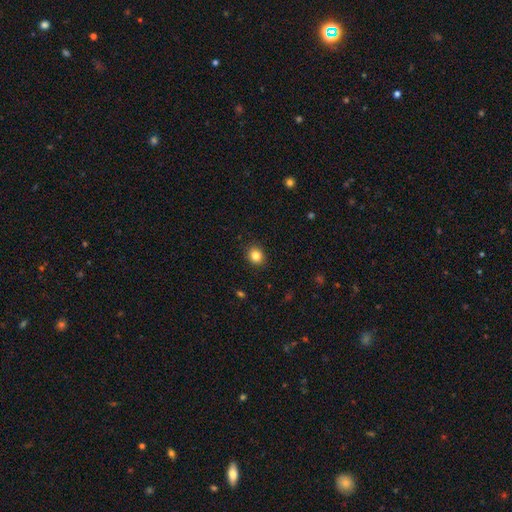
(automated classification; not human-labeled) smooth-or-featured: smooth: 84% | star or artifact: 11% | featured or disk: 6%
  how-rounded: round: 70% | in between: 29% | cigar-shaped: 1%
  merging: none: 90% | minor disturbance: 7% | major disturbance: 2% | merger: 1%